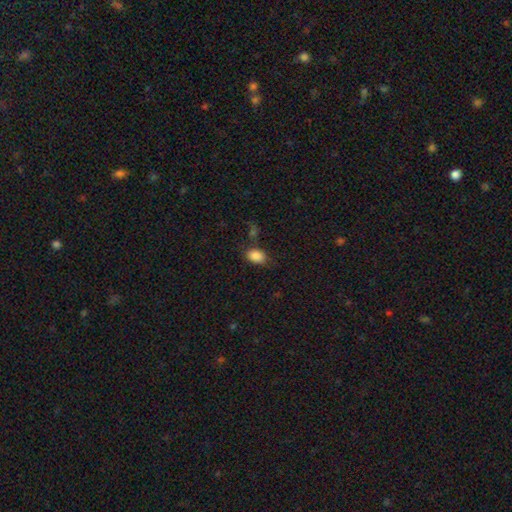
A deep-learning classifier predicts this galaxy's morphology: smooth 86%, star or artifact 9%, featured or disk 5%. Down the decision tree: how rounded — in between (84%); merging — none (68%).